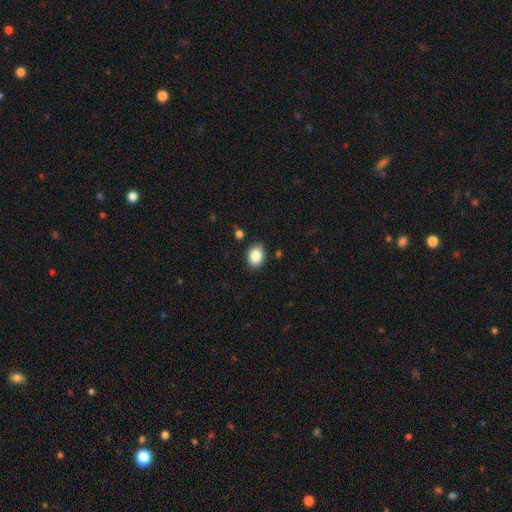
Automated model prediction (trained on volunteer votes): Q: Smooth or featured?
A: smooth (87%); runner-up: star or artifact (8%)
Q: How rounded?
A: in between (74%); runner-up: round (25%)
Q: Merging?
A: none (87%); runner-up: minor disturbance (9%)